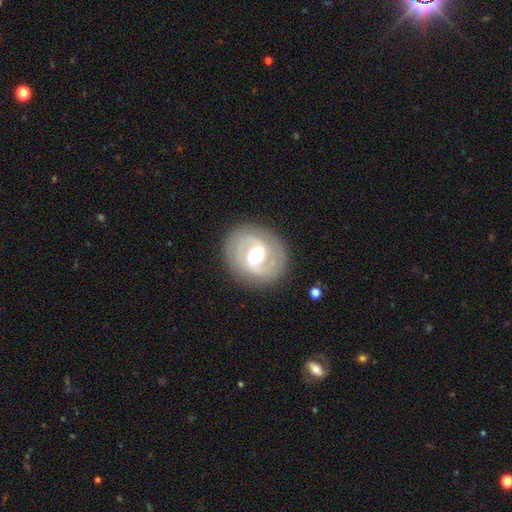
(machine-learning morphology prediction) This is likely a featured or disk galaxy (79%). It is clearly not viewed edge-on (97%). Bar: possibly weak (50%). Spiral arm pattern: clearly yes (84%). Spiral arm count: clearly 2 (87%). Spiral winding: possibly medium (48%). Central bulge: likely moderate (62%). Merging: clearly none (83%).